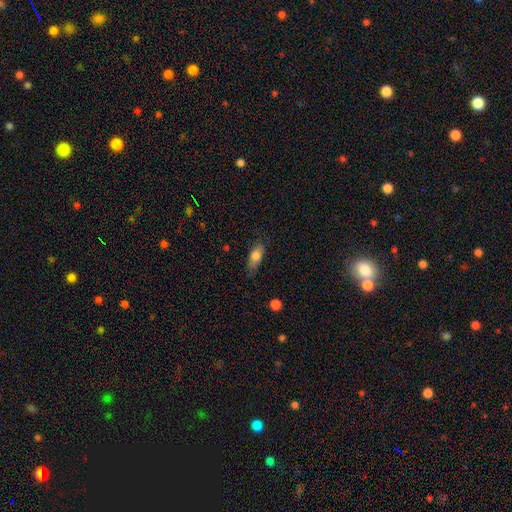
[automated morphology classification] smooth 75%, featured or disk 17%, star or artifact 7%. Down the decision tree: how rounded — in between (73%); merging — none (74%).